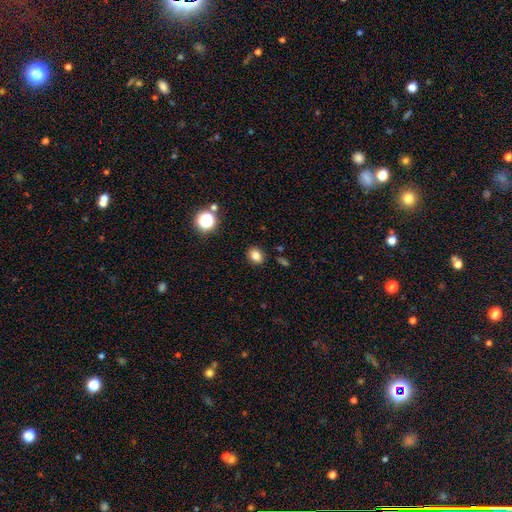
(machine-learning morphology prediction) This is clearly a smooth galaxy (81%). How rounded: possibly round (51%). Merging: clearly none (88%).